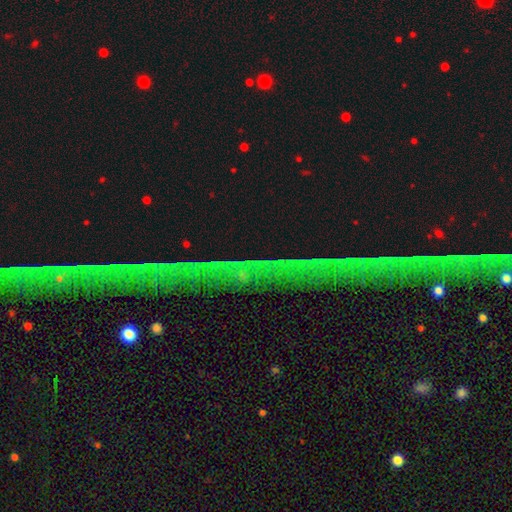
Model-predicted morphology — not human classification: star or artifact 81%, featured or disk 11%, smooth 8%.